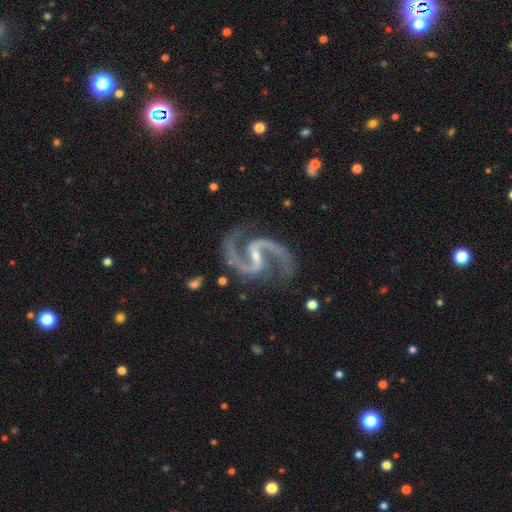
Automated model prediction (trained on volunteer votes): A featured or disk galaxy (94%) with a weak bar (44%), 2 (95%) medium (67%) spiral arms (99%) and a small central bulge (71%). Merging: none (79%).